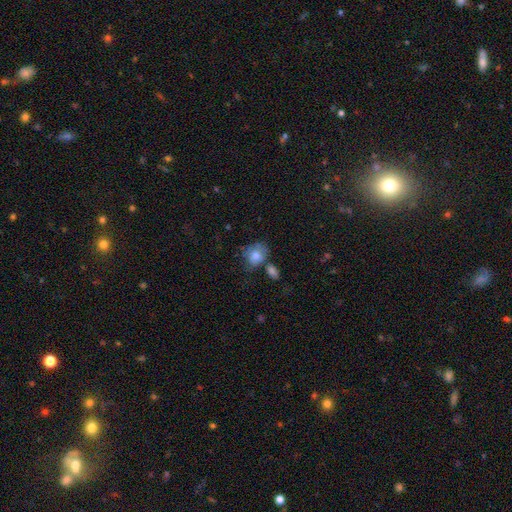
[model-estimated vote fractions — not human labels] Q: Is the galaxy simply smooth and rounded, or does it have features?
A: smooth — 76%.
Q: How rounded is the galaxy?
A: in between — 52%.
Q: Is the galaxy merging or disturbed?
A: none — 40%.